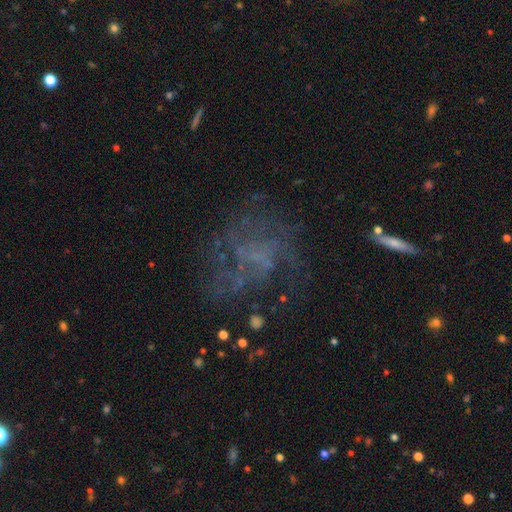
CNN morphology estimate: A featured or disk galaxy (58%) with no bar (73%), spiral arms (59%) and no central bulge (66%). Merging: none (58%).